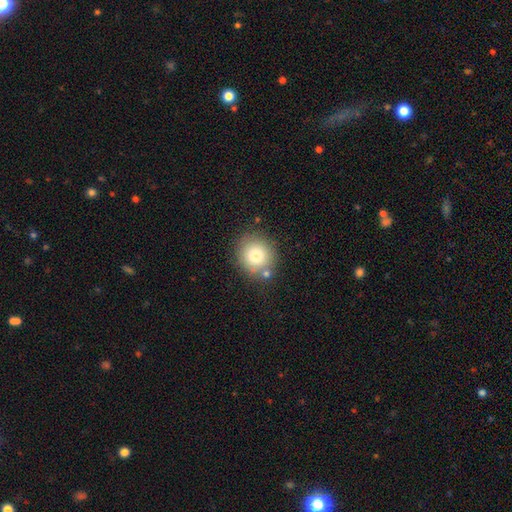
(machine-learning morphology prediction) type=smooth (76%); roundness=round (85%); merging=none (77%).